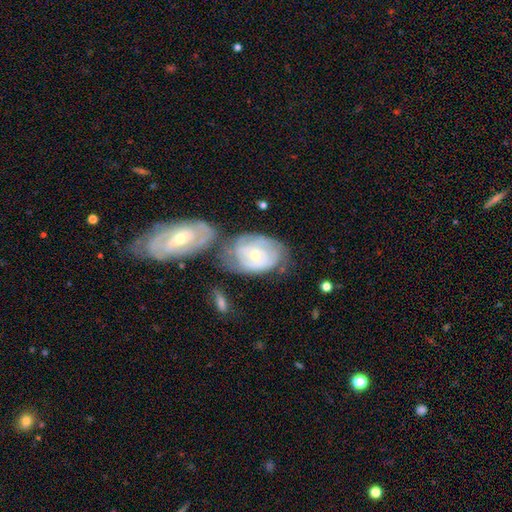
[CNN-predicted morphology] smooth-or-featured: featured or disk: 81% | smooth: 14% | star or artifact: 5%
  disk-edge-on: no: 97% | yes: 3%
    bar: no: 64% | weak: 30% | strong: 6%
    has-spiral-arms: yes: 94% | no: 6%
      spiral-winding: tight: 70% | medium: 24% | loose: 6%
      spiral-arm-count: can't tell: 34% | 2: 31% | 3: 20% | 4: 7% | 1: 4% | more than 4: 4%
    bulge-size: small: 60% | moderate: 36% | large: 1% | none: 1% | dominant: 1%
  merging: none: 43% | merger: 28% | minor disturbance: 20% | major disturbance: 9%